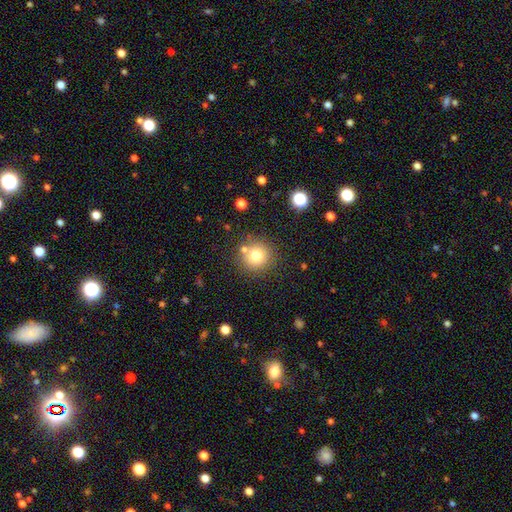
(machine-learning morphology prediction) Smooth or featured: smooth — 76% (star or artifact — 13%)
How rounded: round — 93% (in between — 7%)
Merging: none — 78% (merger — 10%)